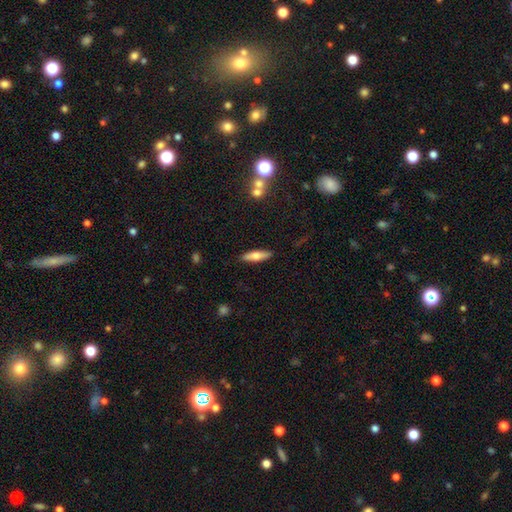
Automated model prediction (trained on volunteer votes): A smooth galaxy with no disk features (62%) that is cigar-shaped (66%).

Vote fractions:
- Smooth or featured? smooth: 62% / featured or disk: 32% / star or artifact: 6%
- How rounded? cigar-shaped: 66% / in between: 32% / round: 2%
- Merging? none: 89% / minor disturbance: 8% / major disturbance: 2% / merger: 2%